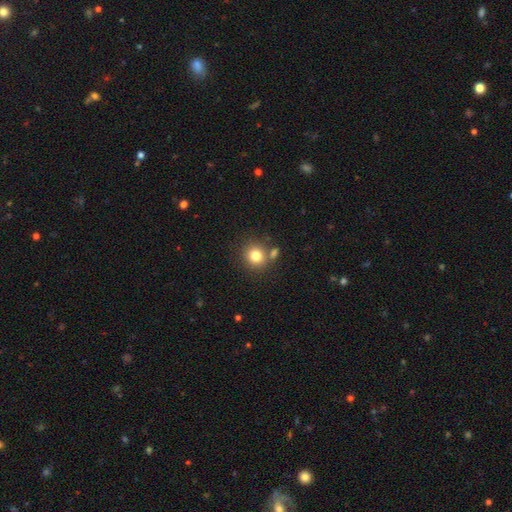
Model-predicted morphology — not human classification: type=smooth (79%); roundness=round (86%); merging=none (72%).